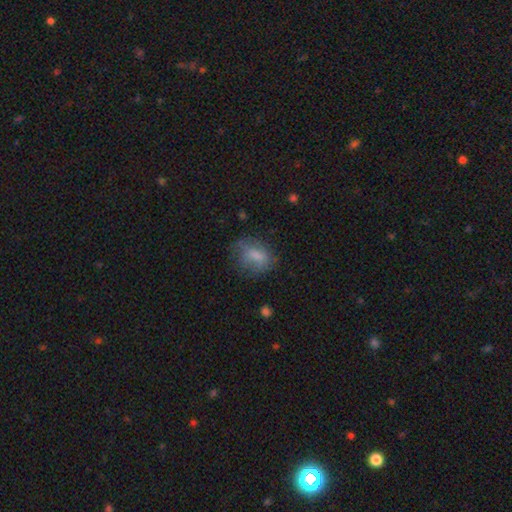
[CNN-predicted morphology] type=smooth (69%); roundness=in between (67%); merging=none (57%).